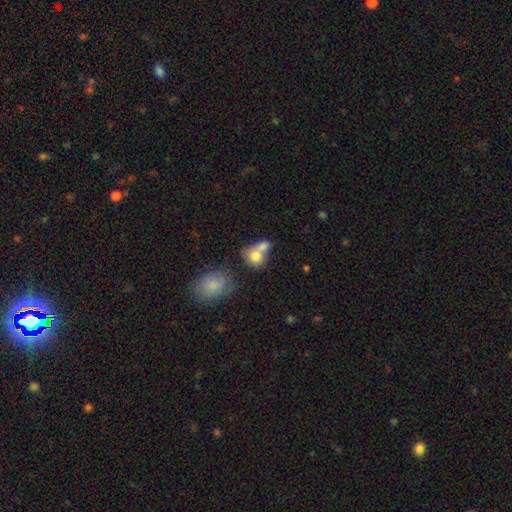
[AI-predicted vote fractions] smooth-or-featured: smooth: 75% | featured or disk: 16% | star or artifact: 9%
  how-rounded: round: 61% | in between: 38% | cigar-shaped: 1%
  merging: merger: 62% | none: 25% | minor disturbance: 8% | major disturbance: 5%